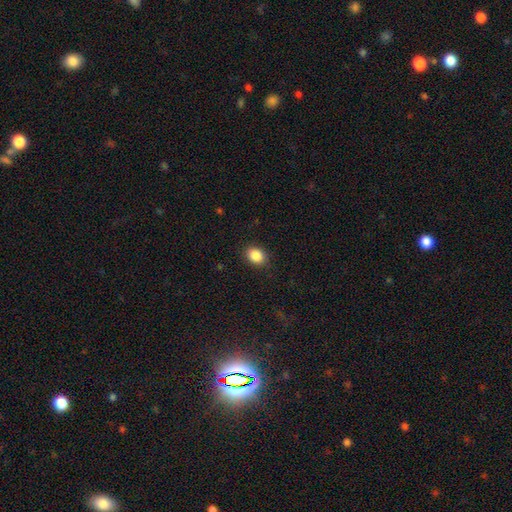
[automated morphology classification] The model was most divided on "how rounded": in between: 63%, round: 36%, cigar-shaped: 1%. More confident: merging — none (88%); smooth or featured — smooth (88%).